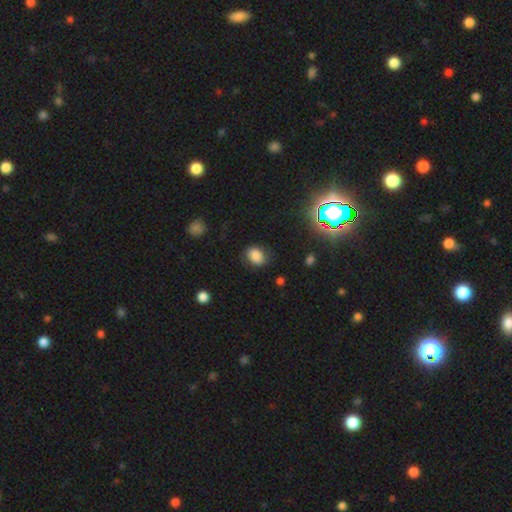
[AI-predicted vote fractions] The model was most divided on "how rounded": in between: 59%, round: 40%, cigar-shaped: 1%. More confident: smooth or featured — smooth (79%); merging — none (72%).